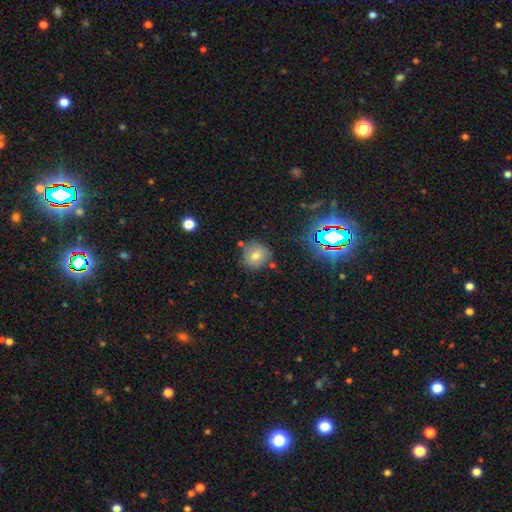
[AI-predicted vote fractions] The model was most divided on "smooth or featured": smooth: 68%, star or artifact: 18%, featured or disk: 13%. More confident: how rounded — round (90%); merging — none (75%).